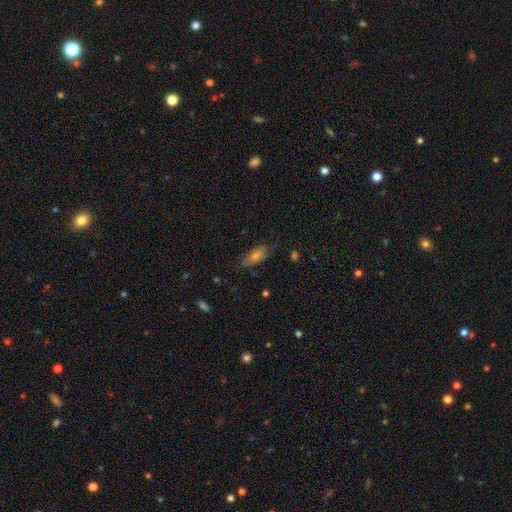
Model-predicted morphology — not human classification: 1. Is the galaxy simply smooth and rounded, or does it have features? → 58% smooth, 31% featured or disk, 11% star or artifact.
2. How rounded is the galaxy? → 72% in between, 24% cigar-shaped, 4% round.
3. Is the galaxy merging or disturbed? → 67% none, 24% minor disturbance, 8% major disturbance, 2% merger.